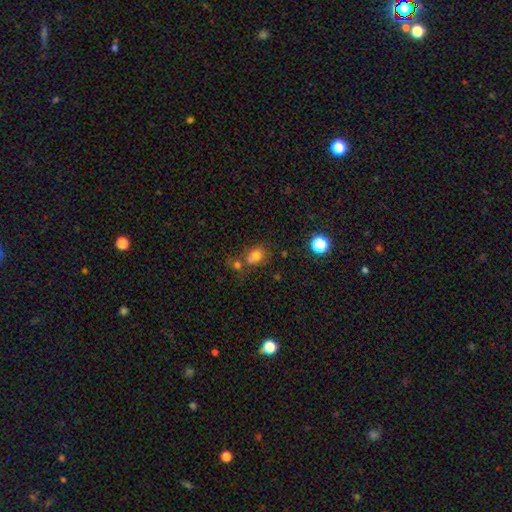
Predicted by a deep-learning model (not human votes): The model was most divided on "merging": none: 44%, merger: 38%, minor disturbance: 13%, major disturbance: 6%. More confident: smooth or featured — smooth (75%); how rounded — round (62%).